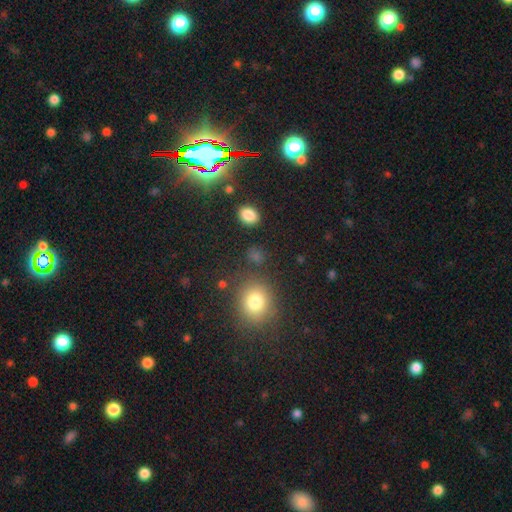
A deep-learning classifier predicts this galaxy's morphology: smooth 69%, star or artifact 25%, featured or disk 6%. Down the decision tree: how rounded — round (63%); merging — none (83%).